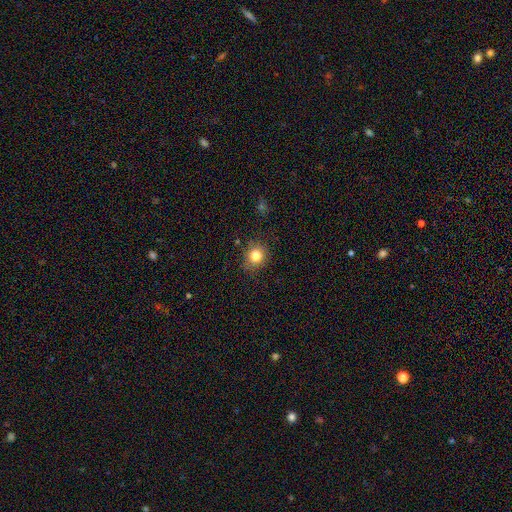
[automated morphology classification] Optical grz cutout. It shows a smooth galaxy with no disk features (82%) that is round (80%). Merging: none (84%).